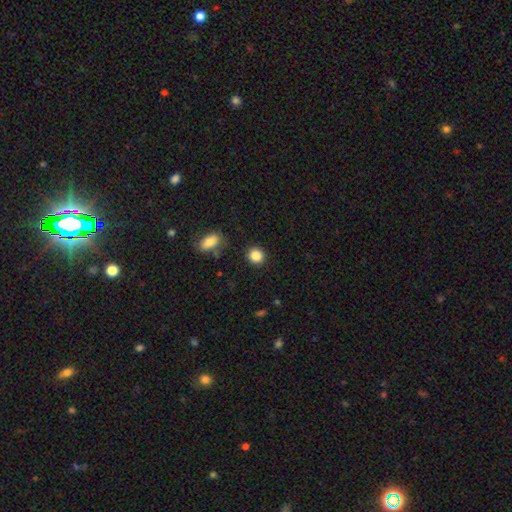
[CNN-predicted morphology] smooth-or-featured: smooth: 86% | star or artifact: 10% | featured or disk: 4%
  how-rounded: round: 82% | in between: 16% | cigar-shaped: 1%
  merging: none: 88% | minor disturbance: 7% | major disturbance: 2% | merger: 2%